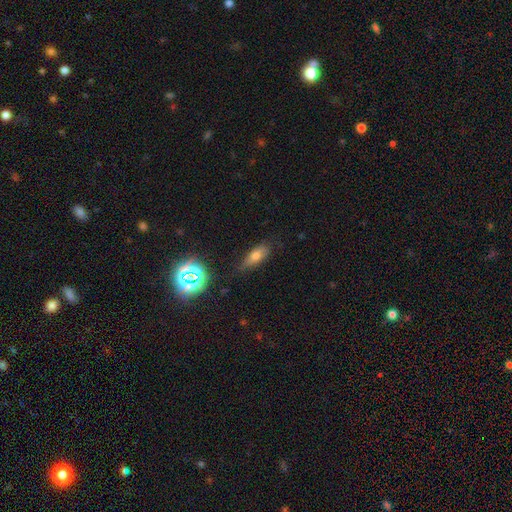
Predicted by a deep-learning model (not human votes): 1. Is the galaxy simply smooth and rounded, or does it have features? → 66% smooth, 18% featured or disk, 16% star or artifact.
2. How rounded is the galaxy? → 73% in between, 21% cigar-shaped, 6% round.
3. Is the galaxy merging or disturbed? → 64% none, 26% minor disturbance, 8% major disturbance, 2% merger.